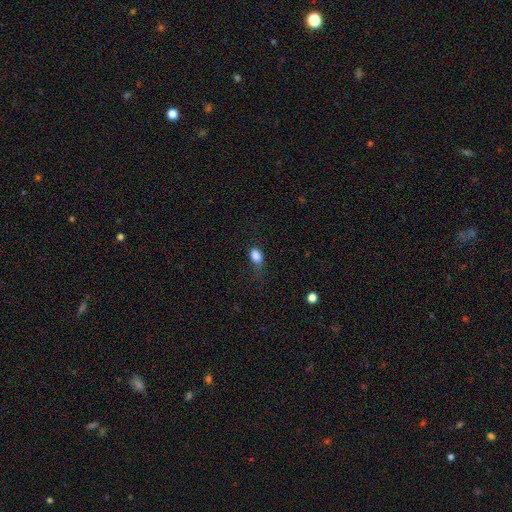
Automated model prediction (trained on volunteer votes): A smooth galaxy with no disk features (85%) that is in between round and cigar-shaped (79%). Merging: none (50%).